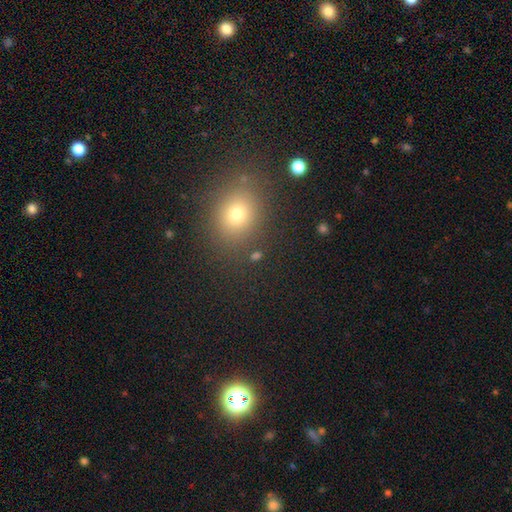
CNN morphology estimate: type=smooth (66%); roundness=round (64%); merging=none (81%).